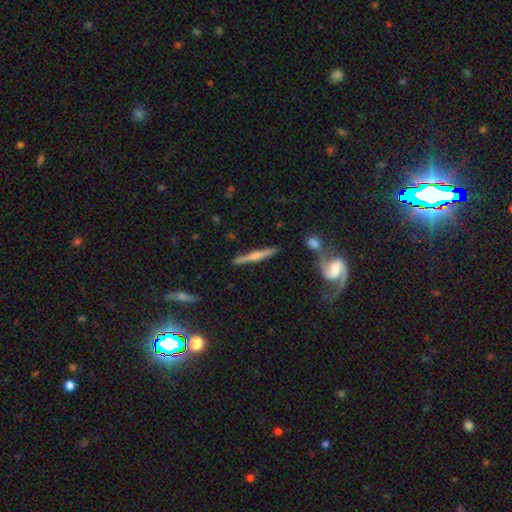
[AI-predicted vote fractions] A featured or disk galaxy (65%) viewed edge-on (97%) with a rounded central bulge (73%).

Vote fractions:
- Smooth or featured? featured or disk: 65% / smooth: 29% / star or artifact: 6%
- Edge-on disk? yes: 97% / no: 3%
- Edge-on bulge? rounded: 73% / none: 15% / boxy: 11%
- Merging? none: 86% / minor disturbance: 8% / merger: 3% / major disturbance: 2%